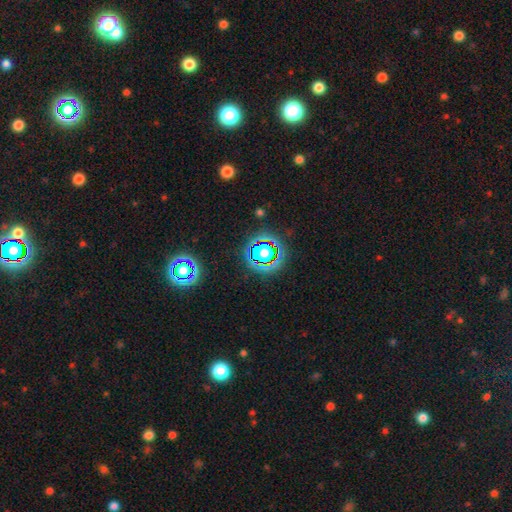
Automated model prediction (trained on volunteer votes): This appears to be a star or artifact, not a galaxy (76%).